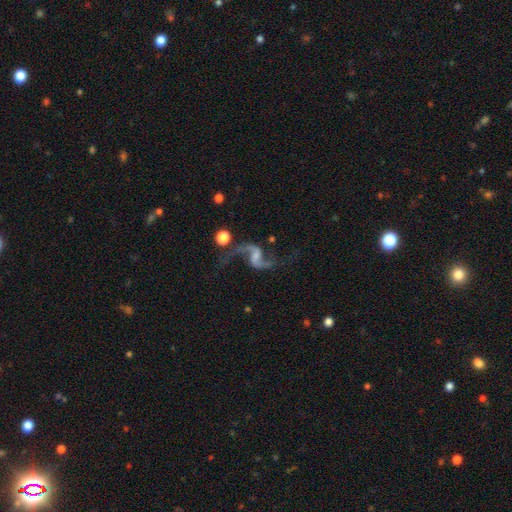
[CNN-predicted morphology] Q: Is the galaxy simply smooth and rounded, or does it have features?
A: featured or disk — 90%.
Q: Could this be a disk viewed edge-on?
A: no — 98%.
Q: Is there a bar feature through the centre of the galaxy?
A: weak — 47%.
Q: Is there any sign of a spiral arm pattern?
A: yes — 97%.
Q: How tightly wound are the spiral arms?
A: loose — 86%.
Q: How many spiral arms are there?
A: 2 — 94%.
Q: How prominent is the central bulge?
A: none — 43%.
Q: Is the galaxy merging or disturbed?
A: none — 69%.